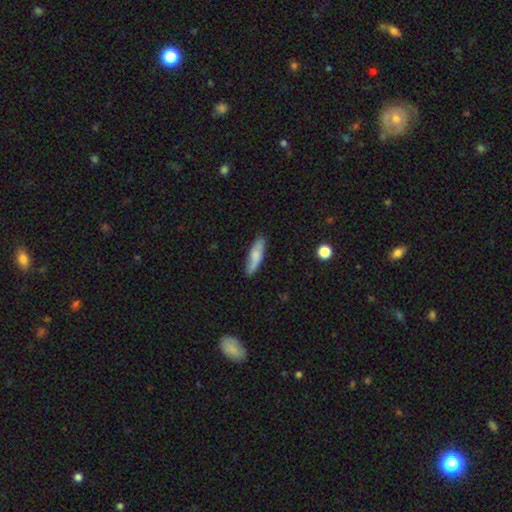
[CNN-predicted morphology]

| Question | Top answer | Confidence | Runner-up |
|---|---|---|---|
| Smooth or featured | smooth | 74% | featured or disk (20%) |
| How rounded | cigar-shaped | 62% | in between (36%) |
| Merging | none | 82% | minor disturbance (14%) |